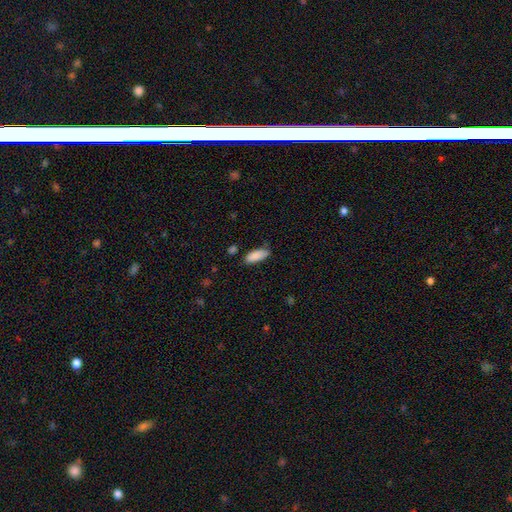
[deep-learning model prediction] Overall: smooth (89%). How rounded: in between (80%). Merging: none (73%).